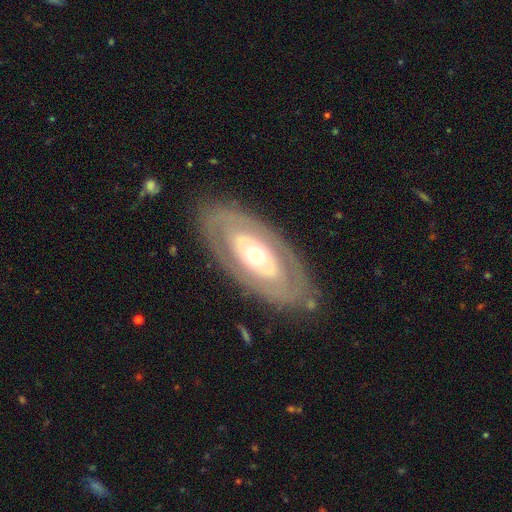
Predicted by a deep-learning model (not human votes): Q: Smooth or featured?
A: featured or disk (69%); runner-up: smooth (26%)
Q: Edge-on disk?
A: no (89%); runner-up: yes (11%)
Q: Bar?
A: no (84%); runner-up: weak (10%)
Q: Spiral arms?
A: no (76%); runner-up: yes (24%)
Q: Bulge size?
A: moderate (66%); runner-up: large (19%)
Q: Merging?
A: none (82%); runner-up: minor disturbance (11%)